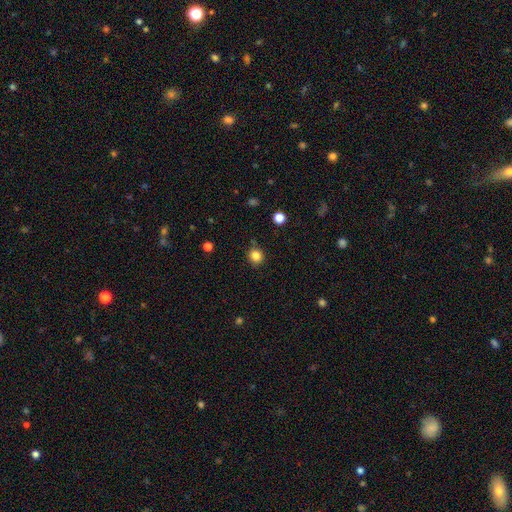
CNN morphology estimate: Smooth or featured? Predicted: smooth (p=0.83). How rounded? Predicted: round (p=0.88). Merging? Predicted: none (p=0.83).